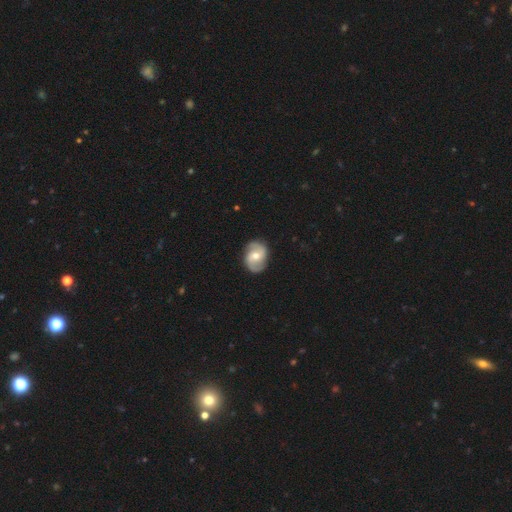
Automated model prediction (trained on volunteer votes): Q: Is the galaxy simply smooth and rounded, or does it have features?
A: featured or disk — 80%.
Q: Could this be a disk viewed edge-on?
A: no — 98%.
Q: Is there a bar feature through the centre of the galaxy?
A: no — 45%.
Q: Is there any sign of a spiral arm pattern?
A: yes — 94%.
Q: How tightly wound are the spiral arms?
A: medium — 49%.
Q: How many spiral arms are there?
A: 2 — 91%.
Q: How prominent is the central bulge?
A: moderate — 67%.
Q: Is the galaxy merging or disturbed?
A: none — 85%.